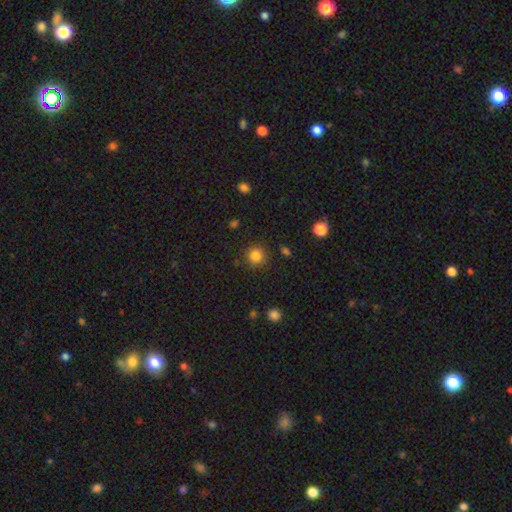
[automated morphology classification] Smooth or featured?
  - smooth: 84% *
  - star or artifact: 12%
  - featured or disk: 4%
How rounded?
  - round: 92% *
  - in between: 7%
  - cigar-shaped: 1%
Merging?
  - none: 88% *
  - minor disturbance: 7%
  - major disturbance: 3%
  - merger: 2%